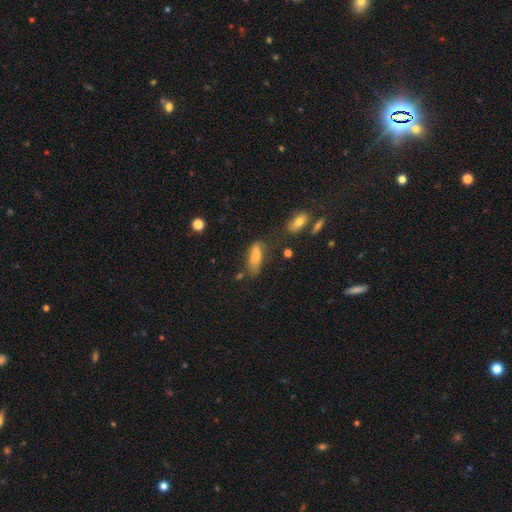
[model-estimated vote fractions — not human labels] Smooth or featured? smooth (74%)
How rounded? in between (74%)
Merging? none (45%)